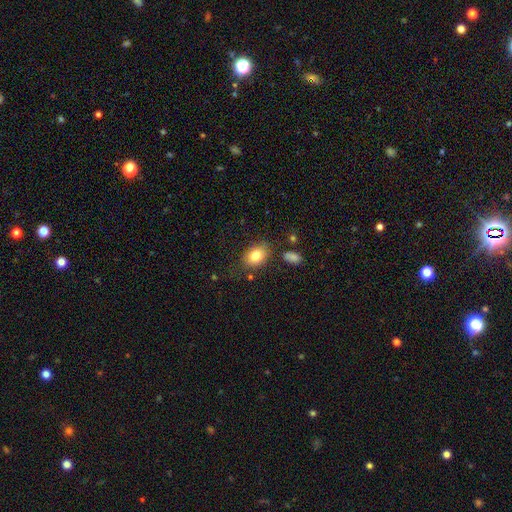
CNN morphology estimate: smooth-or-featured: smooth: 80% | featured or disk: 11% | star or artifact: 9%
  how-rounded: in between: 76% | round: 23% | cigar-shaped: 1%
  merging: none: 77% | minor disturbance: 15% | major disturbance: 4% | merger: 4%